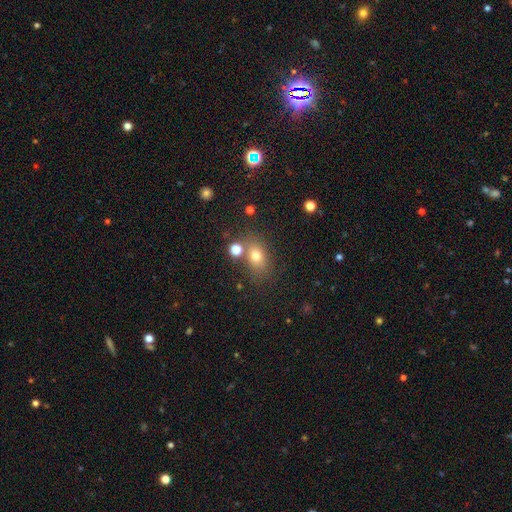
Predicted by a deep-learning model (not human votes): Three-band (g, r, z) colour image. It shows a smooth galaxy with no disk features (73%) that is in between round and cigar-shaped (68%). Merging: none (68%).